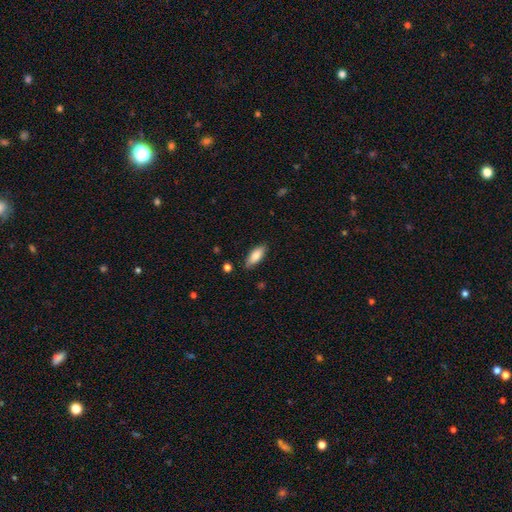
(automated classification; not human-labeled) A smooth galaxy with no disk features (82%) that is in between round and cigar-shaped (76%). Merging: none (85%).